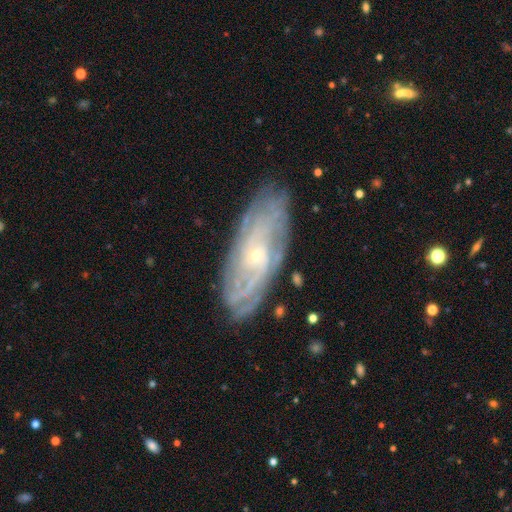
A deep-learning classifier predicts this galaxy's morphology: Smooth or featured? featured or disk (81%)
Edge-on disk? no (88%)
Bar? no (68%)
Spiral arms? yes (94%)
Spiral winding? tight (71%)
Spiral arm count? can't tell (43%)
Bulge size? small (79%)
Merging? none (82%)